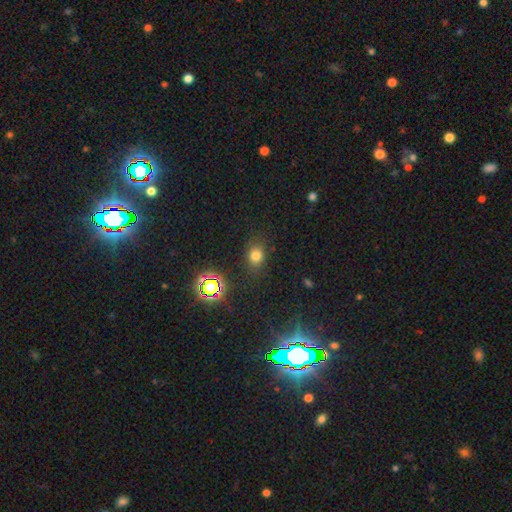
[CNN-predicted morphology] smooth-or-featured: smooth: 72% | star or artifact: 21% | featured or disk: 7%
  how-rounded: round: 51% | in between: 47% | cigar-shaped: 2%
  merging: none: 82% | minor disturbance: 12% | major disturbance: 4% | merger: 2%